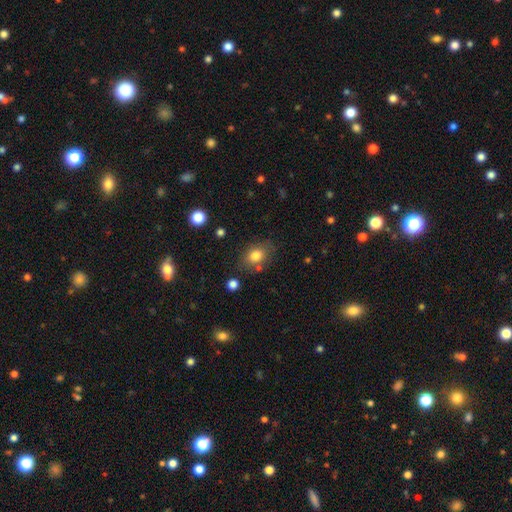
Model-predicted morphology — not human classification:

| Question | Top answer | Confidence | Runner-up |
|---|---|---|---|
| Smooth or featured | smooth | 81% | featured or disk (9%) |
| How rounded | in between | 67% | round (31%) |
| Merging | none | 72% | minor disturbance (16%) |